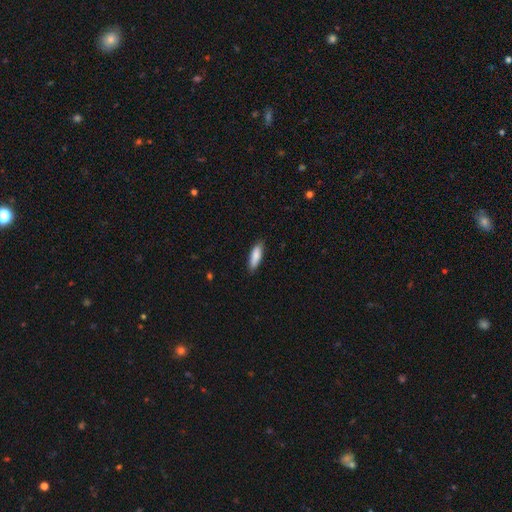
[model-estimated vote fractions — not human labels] This is clearly a smooth galaxy (85%). How rounded: possibly in between (52%). Merging: clearly none (85%).